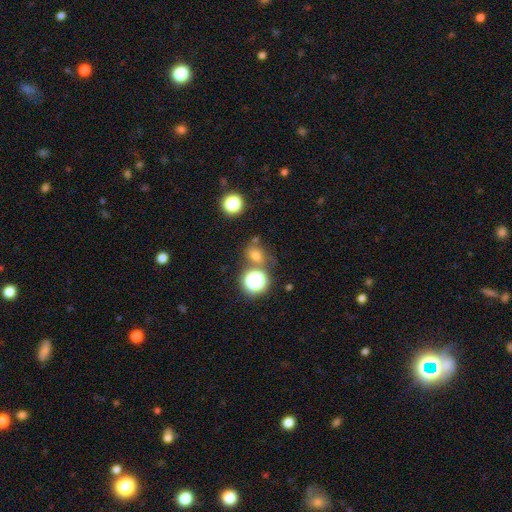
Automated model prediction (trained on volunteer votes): smooth_or_featured: smooth (p=0.65) [alt: star or artifact p=0.25]
how_rounded: round (p=0.62) [alt: in between p=0.37]
merging: none (p=0.65) [alt: merger p=0.16]